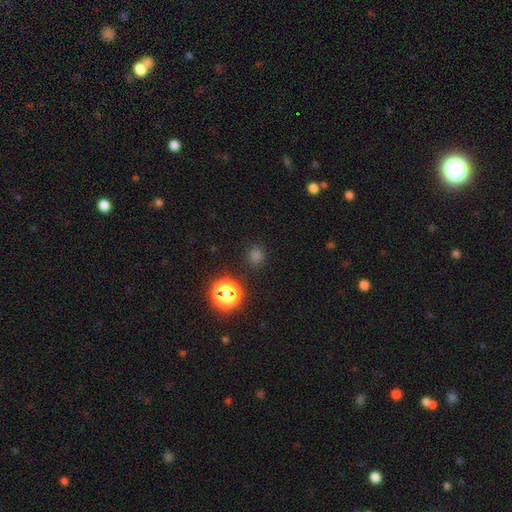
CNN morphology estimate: A smooth galaxy with no disk features (69%) that is round (92%). Merging: none (88%).